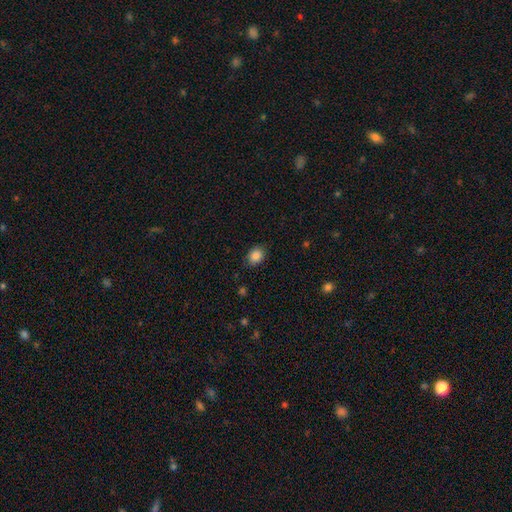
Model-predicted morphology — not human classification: Q: Smooth or featured?
A: smooth (87%); runner-up: star or artifact (9%)
Q: How rounded?
A: in between (54%); runner-up: round (45%)
Q: Merging?
A: none (85%); runner-up: minor disturbance (11%)